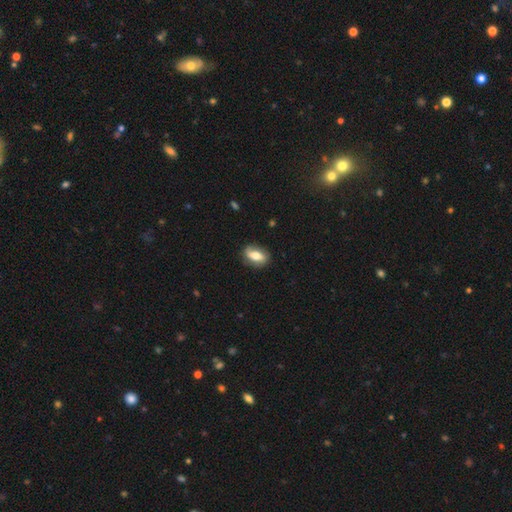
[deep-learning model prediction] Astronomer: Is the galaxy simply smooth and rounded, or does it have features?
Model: smooth — 56% (runner-up: featured or disk, 36%).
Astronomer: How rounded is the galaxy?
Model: in between — 84%.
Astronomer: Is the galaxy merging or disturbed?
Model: none — 78%.